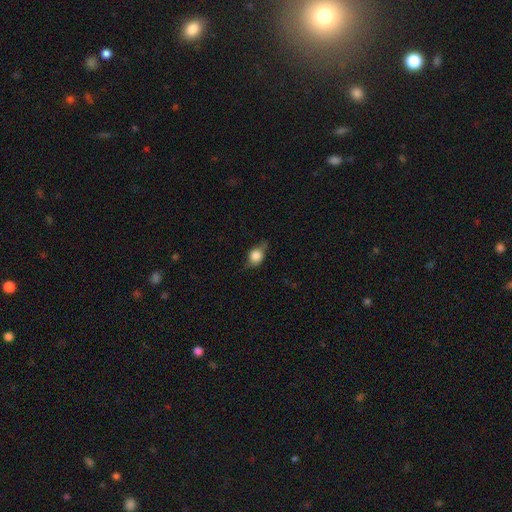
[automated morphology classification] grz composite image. It shows a smooth galaxy with no disk features (61%) that is in between round and cigar-shaped (48%, tied with round). Merging: none (61%).